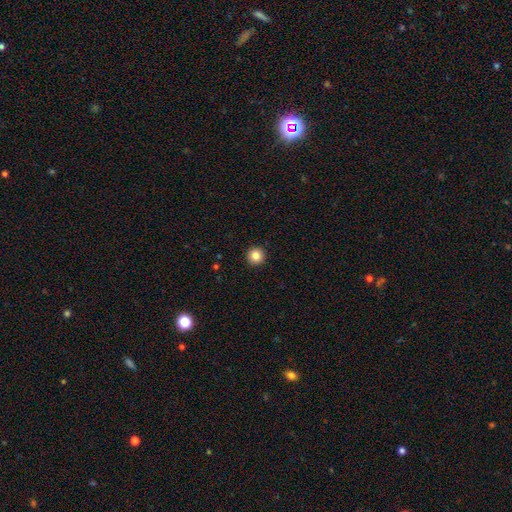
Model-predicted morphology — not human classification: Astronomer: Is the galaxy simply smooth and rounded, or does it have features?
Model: smooth — 84%.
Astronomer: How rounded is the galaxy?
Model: round — 96%.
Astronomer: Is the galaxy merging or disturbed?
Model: none — 94%.